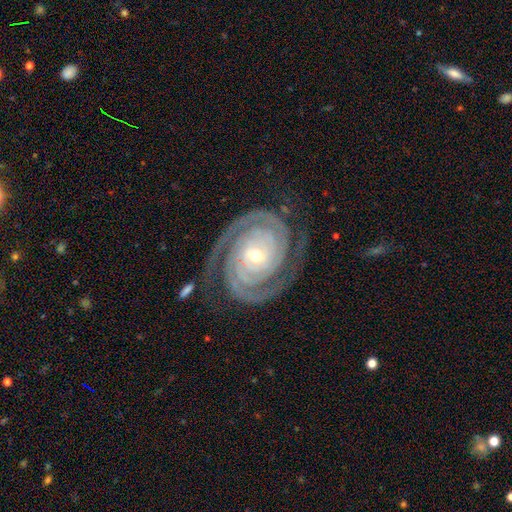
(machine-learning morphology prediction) smooth_or_featured: featured or disk (p=0.93) [alt: star or artifact p=0.04]
disk_edge_on: no (p=0.98) [alt: yes p=0.02]
bar: no (p=0.63) [alt: weak p=0.21]
has_spiral_arms: yes (p=0.99) [alt: no p=0.01]
spiral_winding: tight (p=0.83) [alt: medium p=0.15]
spiral_arm_count: 2 (p=0.88) [alt: 3 p=0.04]
bulge_size: small (p=0.54) [alt: moderate p=0.43]
merging: none (p=0.82) [alt: minor disturbance p=0.11]